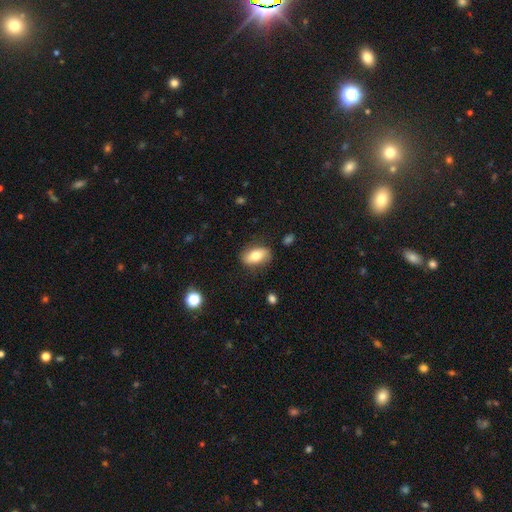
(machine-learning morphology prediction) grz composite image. It shows a smooth galaxy with no disk features (67%) that is in between round and cigar-shaped (86%). Merging: none (79%).